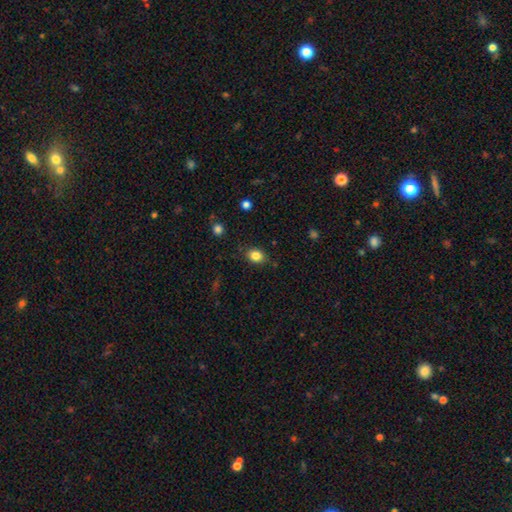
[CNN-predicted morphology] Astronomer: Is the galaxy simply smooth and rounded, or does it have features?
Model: smooth — 84%.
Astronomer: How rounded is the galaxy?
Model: in between — 53% (runner-up: round, 46%).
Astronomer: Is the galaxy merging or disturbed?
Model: none — 82%.